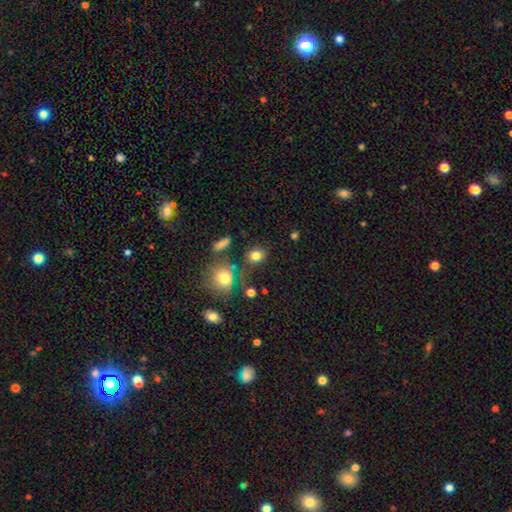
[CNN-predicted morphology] Smooth or featured? Predicted: smooth (p=0.81). How rounded? Predicted: round (p=0.64). Merging? Predicted: none (p=0.73).